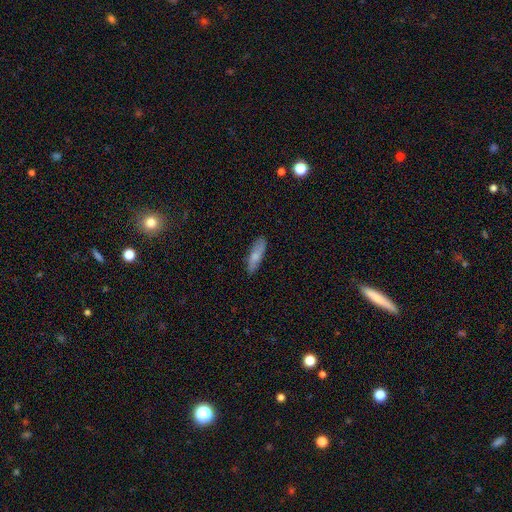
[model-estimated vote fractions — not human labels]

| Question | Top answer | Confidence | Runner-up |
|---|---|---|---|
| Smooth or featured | smooth | 73% | featured or disk (21%) |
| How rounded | cigar-shaped | 52% | in between (46%) |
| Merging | none | 84% | minor disturbance (13%) |